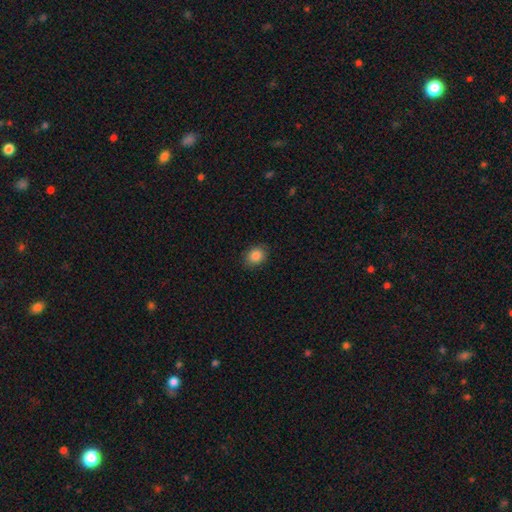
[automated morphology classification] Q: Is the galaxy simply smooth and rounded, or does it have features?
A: smooth — 86%.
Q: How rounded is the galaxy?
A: in between — 55%.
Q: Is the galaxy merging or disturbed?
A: none — 86%.